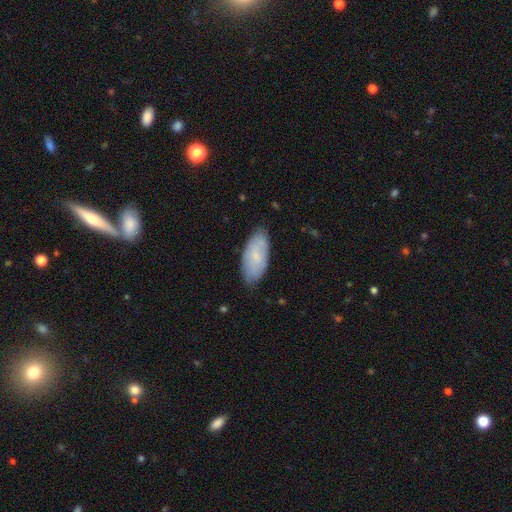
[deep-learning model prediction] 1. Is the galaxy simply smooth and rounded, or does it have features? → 63% smooth, 31% featured or disk, 7% star or artifact.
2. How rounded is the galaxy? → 90% in between, 8% cigar-shaped, 2% round.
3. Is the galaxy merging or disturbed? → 76% none, 19% minor disturbance, 3% major disturbance, 1% merger.